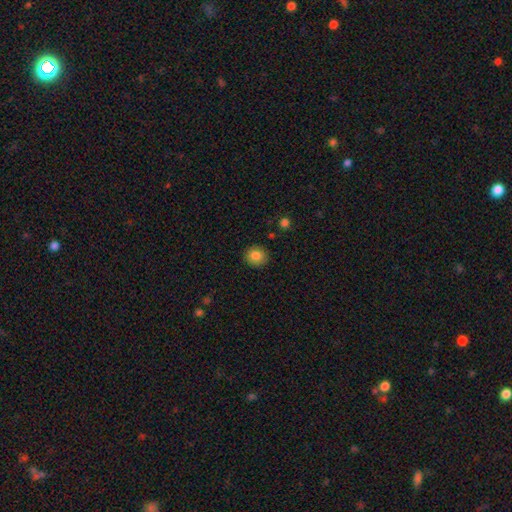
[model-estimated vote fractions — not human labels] The model was most divided on "how rounded": round: 85%, in between: 14%, cigar-shaped: 1%. More confident: merging — none (90%); smooth or featured — smooth (84%).